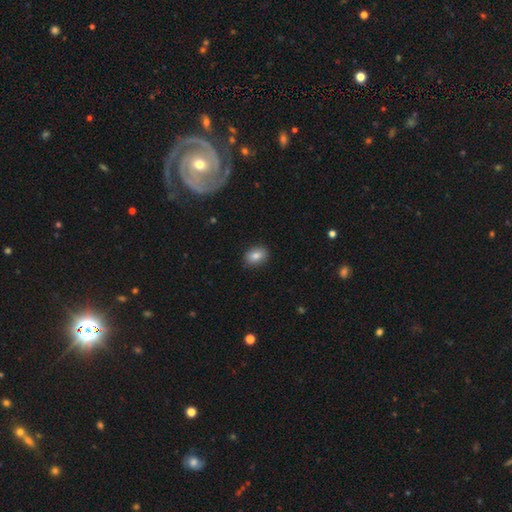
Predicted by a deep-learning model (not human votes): Smooth or featured? smooth (84%)
How rounded? in between (79%)
Merging? none (88%)